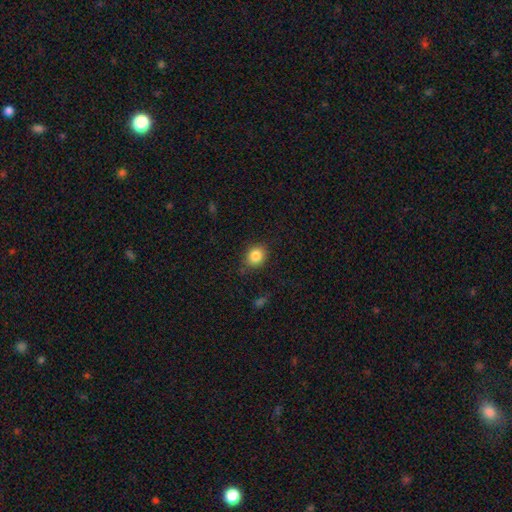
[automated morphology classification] type=smooth (85%); roundness=round (57%); merging=none (81%).